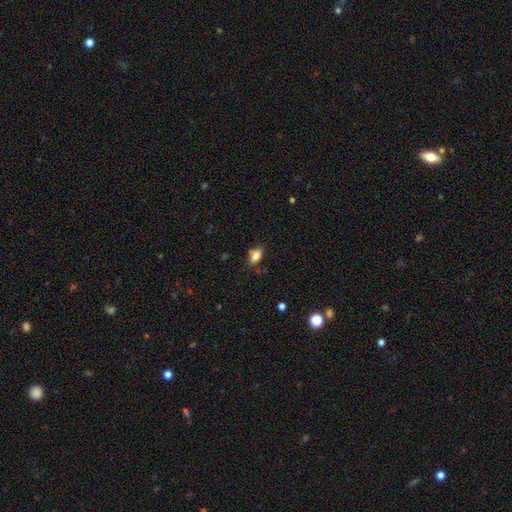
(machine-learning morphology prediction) This is clearly a smooth galaxy (81%). How rounded: clearly in between (86%). Merging: likely none (72%).